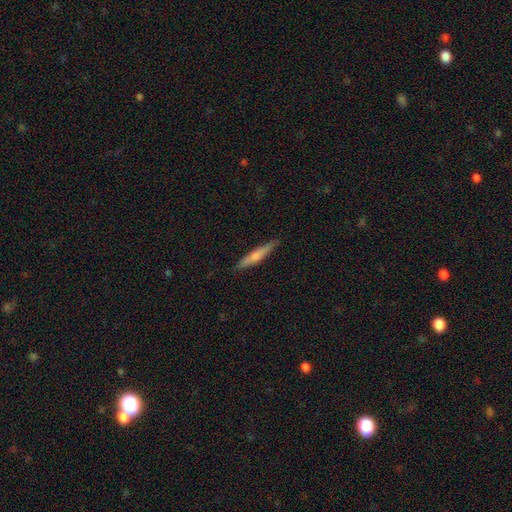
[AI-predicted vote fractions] smooth 63%, featured or disk 32%, star or artifact 6%. Down the decision tree: how rounded — cigar-shaped (92%); merging — none (87%).